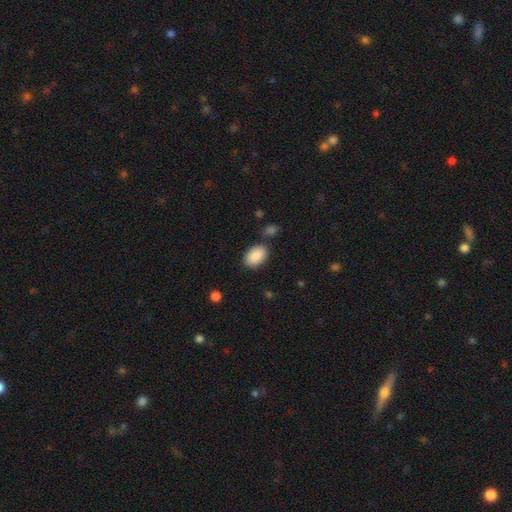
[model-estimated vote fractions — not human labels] The model was most divided on "merging": none: 80%, minor disturbance: 12%, merger: 5%, major disturbance: 3%. More confident: how rounded — in between (91%); smooth or featured — smooth (88%).